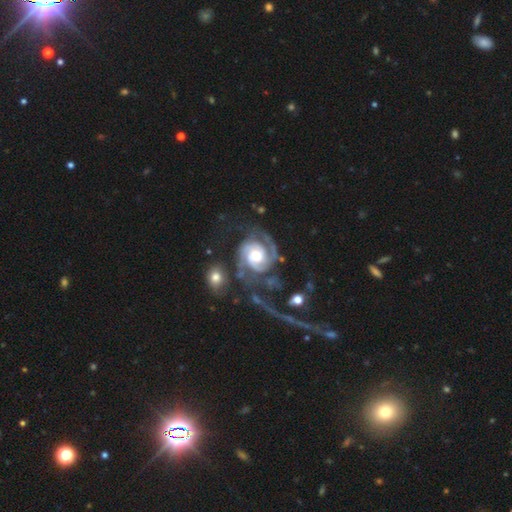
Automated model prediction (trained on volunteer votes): Q: Smooth or featured?
A: featured or disk (92%); runner-up: smooth (4%)
Q: Edge-on disk?
A: no (98%); runner-up: yes (2%)
Q: Bar?
A: no (59%); runner-up: weak (30%)
Q: Spiral arms?
A: yes (98%); runner-up: no (2%)
Q: Spiral winding?
A: tight (55%); runner-up: medium (37%)
Q: Spiral arm count?
A: 2 (71%); runner-up: 3 (13%)
Q: Bulge size?
A: moderate (62%); runner-up: large (21%)
Q: Merging?
A: none (50%); runner-up: major disturbance (23%)